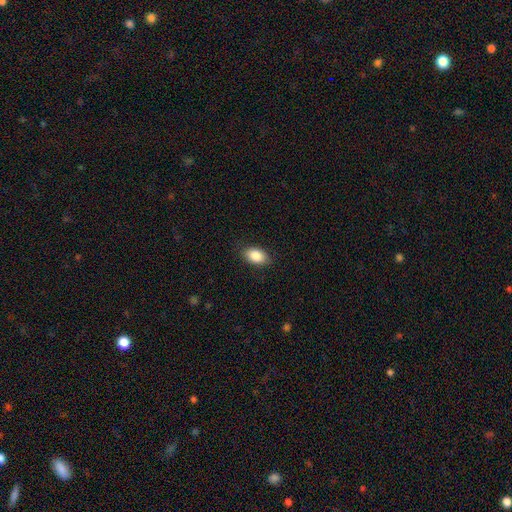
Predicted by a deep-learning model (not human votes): This appears to be a smooth galaxy with no disk features (86%) that is in between round and cigar-shaped (89%). Merging: none (86%).